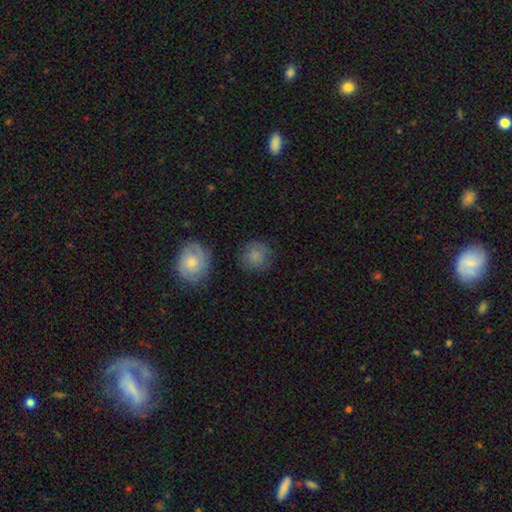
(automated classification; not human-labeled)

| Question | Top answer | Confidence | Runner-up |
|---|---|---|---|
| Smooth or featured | smooth | 80% | featured or disk (11%) |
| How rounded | round | 89% | in between (10%) |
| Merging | none | 78% | minor disturbance (14%) |